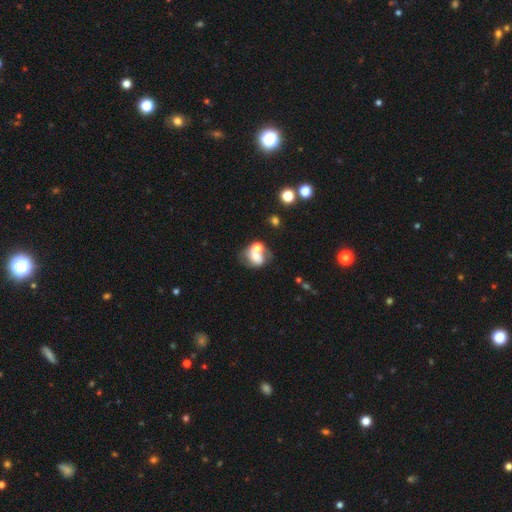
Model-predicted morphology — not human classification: smooth-or-featured: smooth: 53% | featured or disk: 37% | star or artifact: 10%
  how-rounded: round: 54% | in between: 45% | cigar-shaped: 1%
  merging: merger: 56% | none: 23% | minor disturbance: 11% | major disturbance: 9%